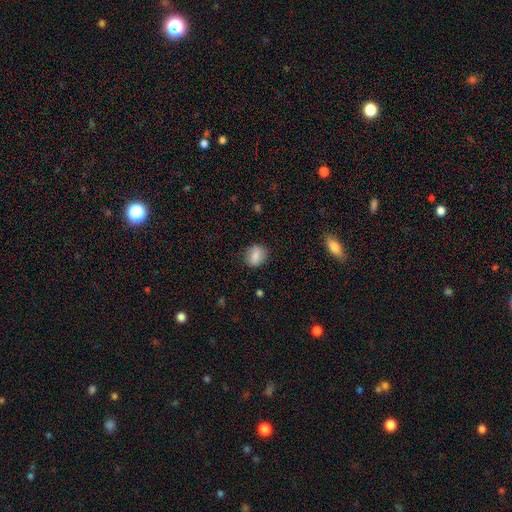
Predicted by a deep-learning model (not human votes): This appears to be a smooth galaxy with no disk features (81%) that is in between round and cigar-shaped (50%). Merging: none (83%).